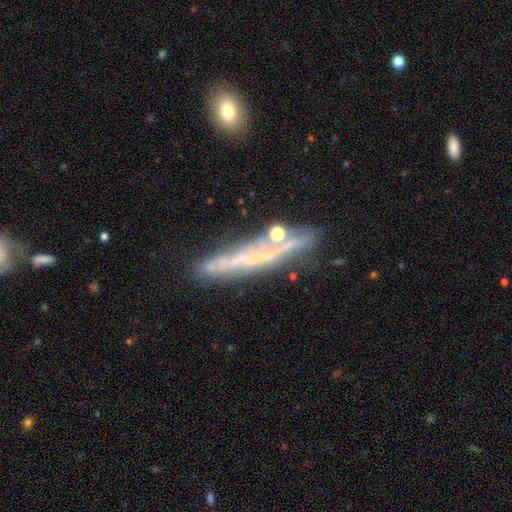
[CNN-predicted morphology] Smooth or featured: featured or disk — 65% (smooth — 26%)
Edge-on disk: yes — 89% (no — 11%)
Edge-on bulge: none — 76% (rounded — 17%)
Merging: none — 73% (minor disturbance — 16%)